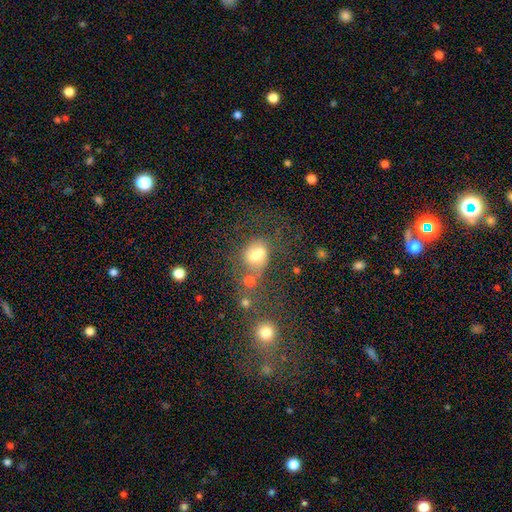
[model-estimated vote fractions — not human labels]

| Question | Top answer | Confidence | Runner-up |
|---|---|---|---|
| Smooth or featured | smooth | 62% | featured or disk (22%) |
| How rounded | in between | 52% | round (46%) |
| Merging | none | 35% | merger (30%) |